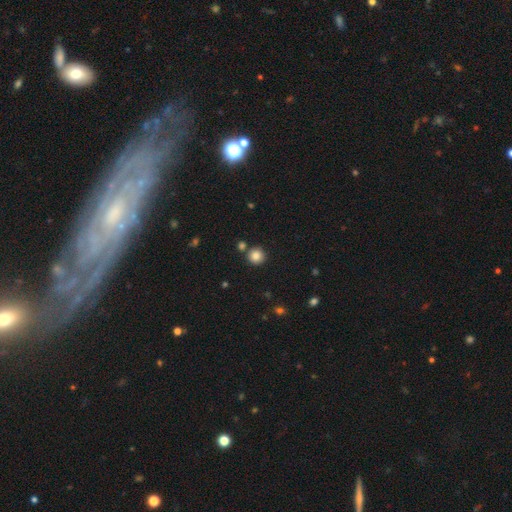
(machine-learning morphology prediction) The model was most divided on "merging": none: 81%, merger: 10%, minor disturbance: 7%, major disturbance: 2%. More confident: how rounded — round (94%); smooth or featured — smooth (84%).